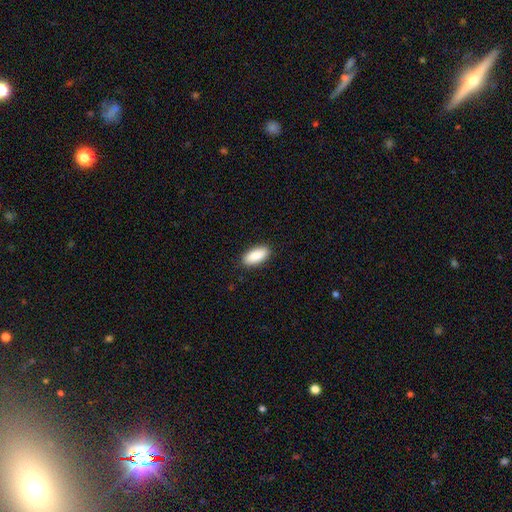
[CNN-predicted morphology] This appears to be a smooth galaxy with no disk features (90%) that is in between round and cigar-shaped (89%). Merging: none (89%).